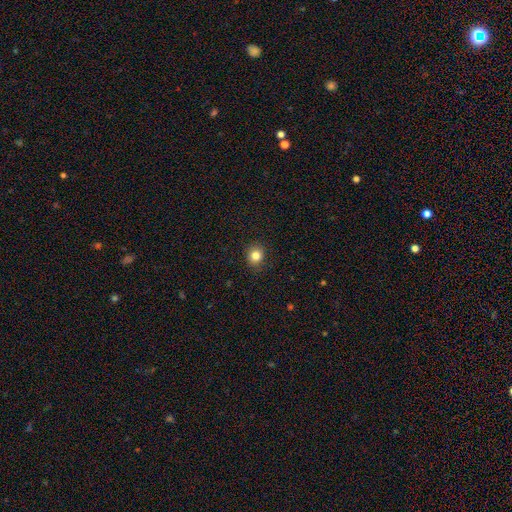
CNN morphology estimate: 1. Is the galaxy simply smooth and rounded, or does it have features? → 83% smooth, 12% star or artifact, 5% featured or disk.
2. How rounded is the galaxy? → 81% round, 18% in between, 1% cigar-shaped.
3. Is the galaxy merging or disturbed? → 89% none, 8% minor disturbance, 2% major disturbance, 1% merger.